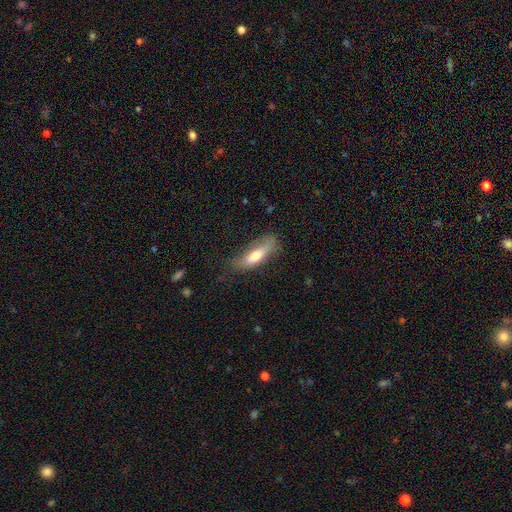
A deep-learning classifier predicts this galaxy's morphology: Q: Smooth or featured?
A: smooth (63%); runner-up: featured or disk (31%)
Q: How rounded?
A: cigar-shaped (53%); runner-up: in between (44%)
Q: Merging?
A: none (63%); runner-up: minor disturbance (26%)